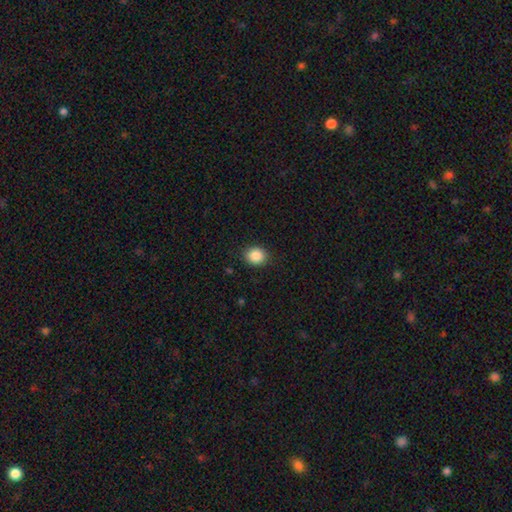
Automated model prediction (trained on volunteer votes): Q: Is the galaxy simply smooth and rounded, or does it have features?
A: smooth — 88%.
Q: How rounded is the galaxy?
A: round — 65%.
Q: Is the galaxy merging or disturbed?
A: none — 88%.